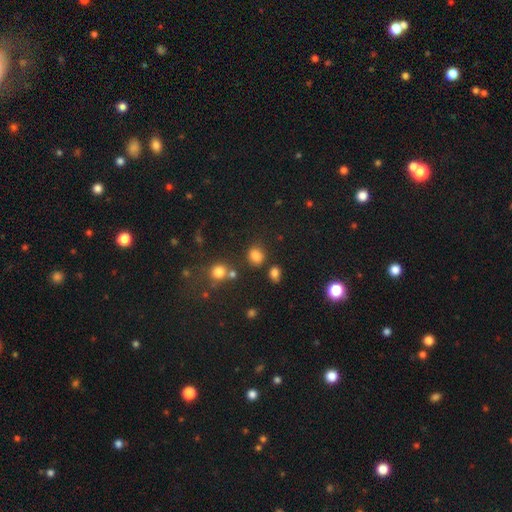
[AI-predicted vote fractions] The model was most divided on "how rounded": round: 66%, in between: 33%, cigar-shaped: 1%. More confident: smooth or featured — smooth (79%); merging — none (74%).